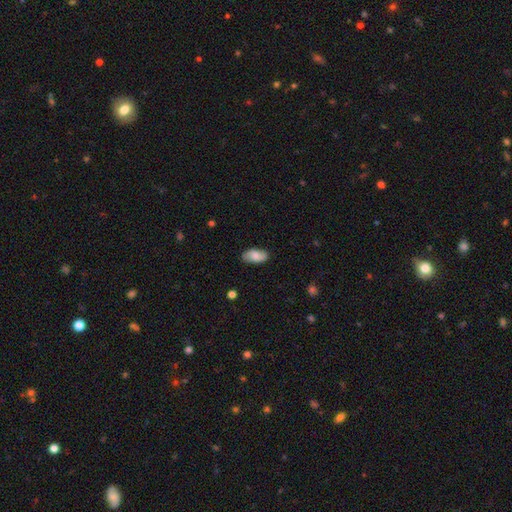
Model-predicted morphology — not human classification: This appears to be a smooth galaxy with no disk features (71%) that is in between round and cigar-shaped (93%). Merging: none (83%).